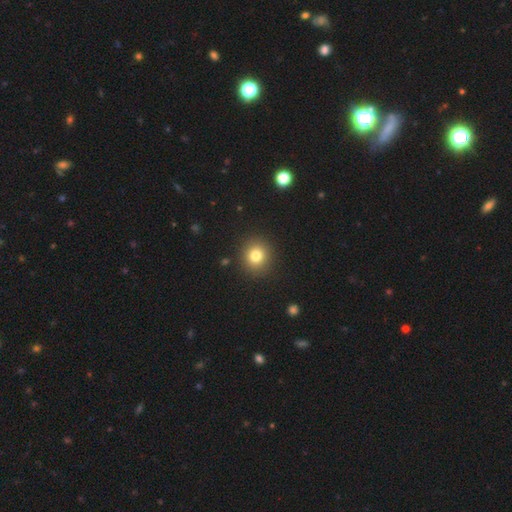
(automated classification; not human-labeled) Smooth or featured? smooth (79%)
How rounded? round (89%)
Merging? none (91%)